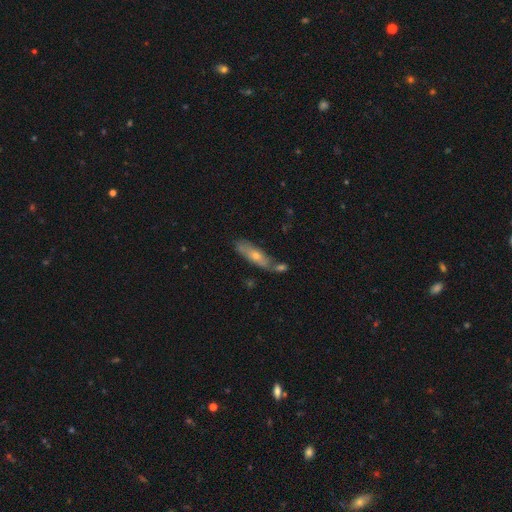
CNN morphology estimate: Smooth or featured?
  - smooth: 52% *
  - featured or disk: 41%
  - star or artifact: 7%
How rounded?
  - cigar-shaped: 59% *
  - in between: 38%
  - round: 3%
Merging?
  - none: 54% *
  - merger: 21%
  - minor disturbance: 19%
  - major disturbance: 5%